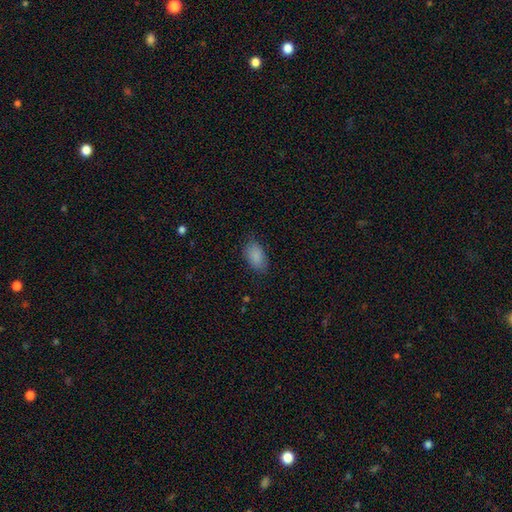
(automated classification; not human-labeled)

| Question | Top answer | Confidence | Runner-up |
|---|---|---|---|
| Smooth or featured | smooth | 88% | star or artifact (7%) |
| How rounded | in between | 92% | round (6%) |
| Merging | none | 80% | minor disturbance (15%) |